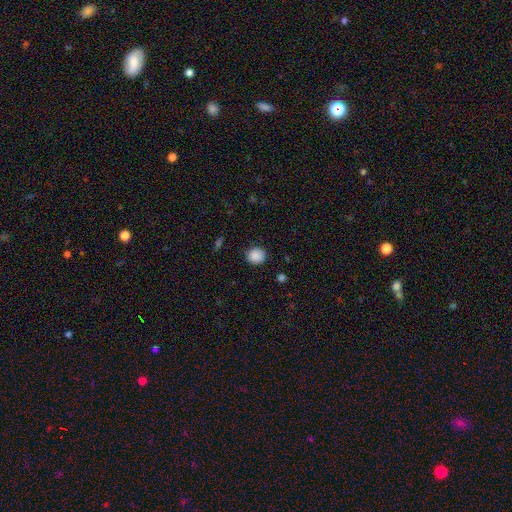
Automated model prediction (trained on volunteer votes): A smooth galaxy with no disk features (88%) that is round (86%).

Vote fractions:
- Smooth or featured? smooth: 88% / star or artifact: 9% / featured or disk: 3%
- How rounded? round: 86% / in between: 13% / cigar-shaped: 1%
- Merging? none: 87% / minor disturbance: 9% / major disturbance: 2% / merger: 1%